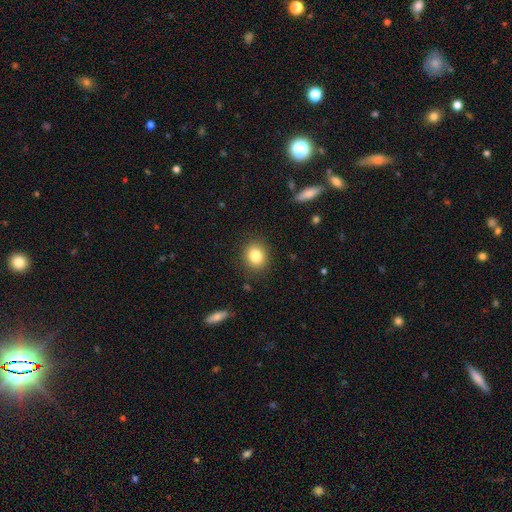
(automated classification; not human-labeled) Overall: smooth (83%). How rounded: round (69%; in between 30%). Merging: none (88%).